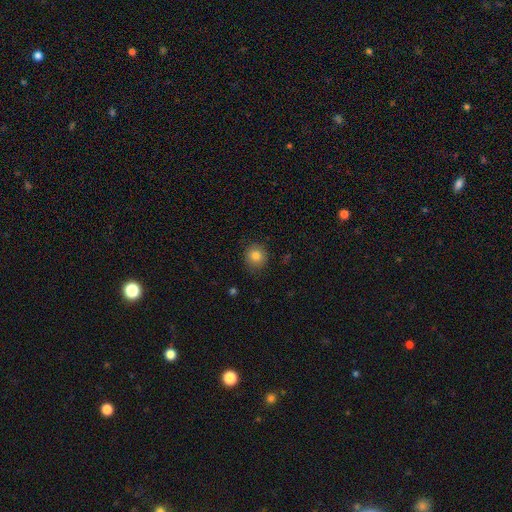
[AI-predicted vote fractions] smooth_or_featured: smooth (p=0.81) [alt: star or artifact p=0.11]
how_rounded: round (p=0.89) [alt: in between p=0.10]
merging: none (p=0.87) [alt: minor disturbance p=0.10]